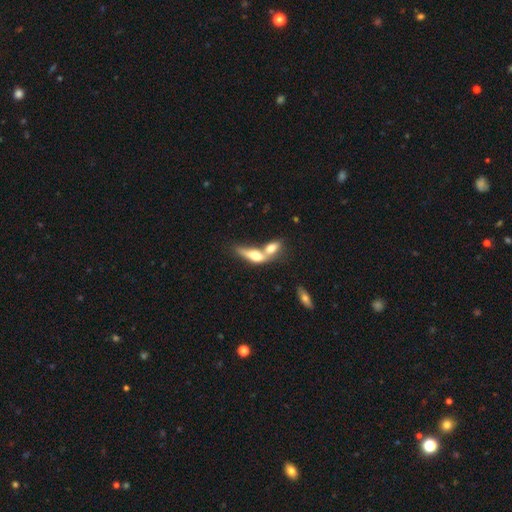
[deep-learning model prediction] The model was most divided on "how rounded": in between: 55%, cigar-shaped: 38%, round: 7%. More confident: merging — merger (73%); smooth or featured — smooth (55%).